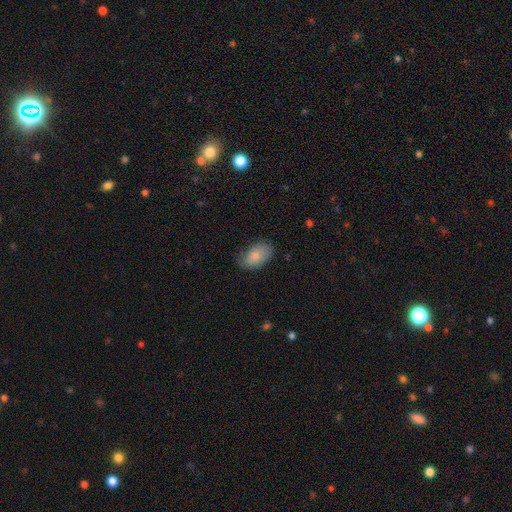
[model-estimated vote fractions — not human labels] This is clearly a smooth galaxy (81%). How rounded: clearly in between (92%). Merging: likely none (72%).